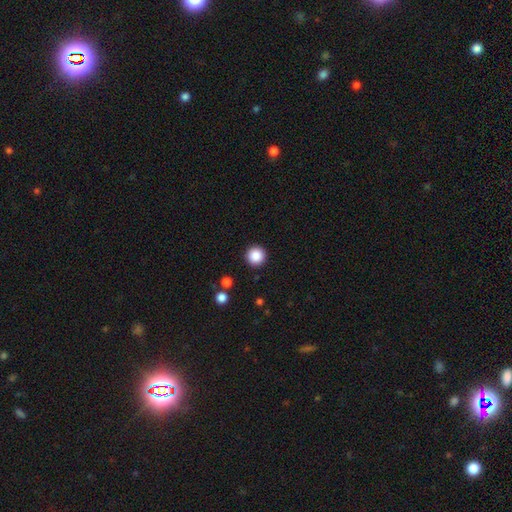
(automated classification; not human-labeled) Smooth or featured? smooth (87%)
How rounded? round (96%)
Merging? none (93%)